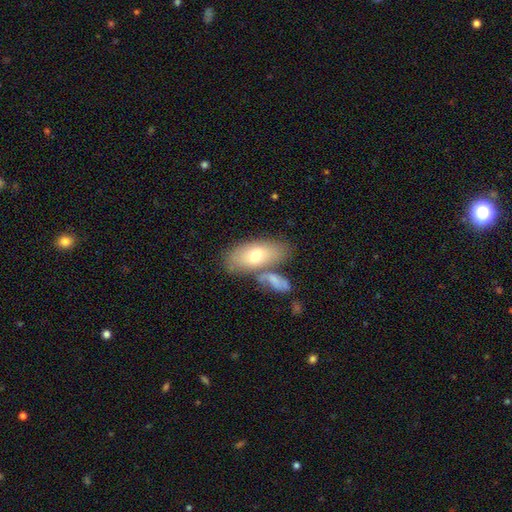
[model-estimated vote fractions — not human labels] This is likely a smooth galaxy (67%). How rounded: clearly in between (88%). Merging: possibly none (57%).